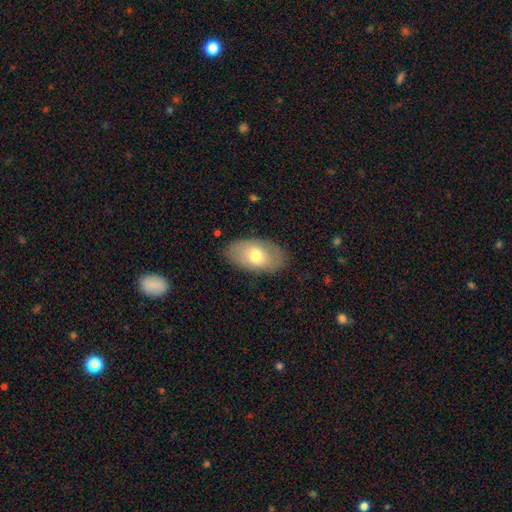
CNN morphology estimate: A smooth galaxy with no disk features (67%) that is in between round and cigar-shaped (93%). Merging: none (83%).